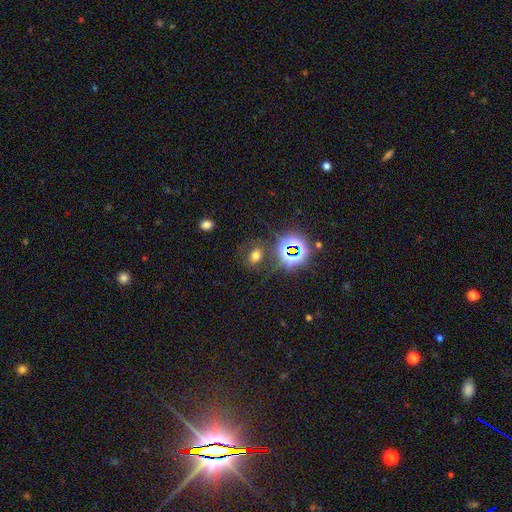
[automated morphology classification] type=smooth (55%); roundness=in between (53%); merging=none (76%).